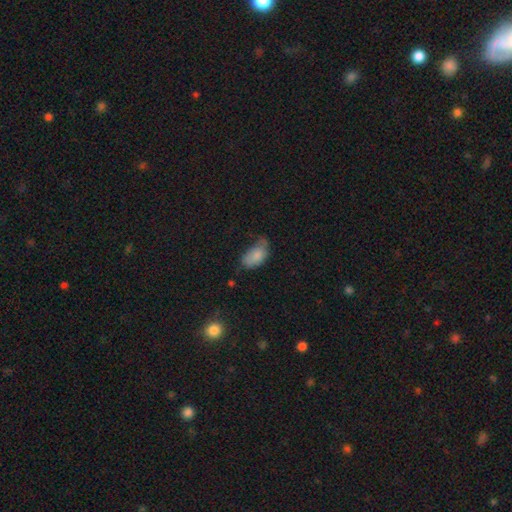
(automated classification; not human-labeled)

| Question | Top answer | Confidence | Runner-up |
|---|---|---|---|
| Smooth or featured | smooth | 80% | featured or disk (13%) |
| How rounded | in between | 93% | round (5%) |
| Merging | minor disturbance | 42% | none (38%) |